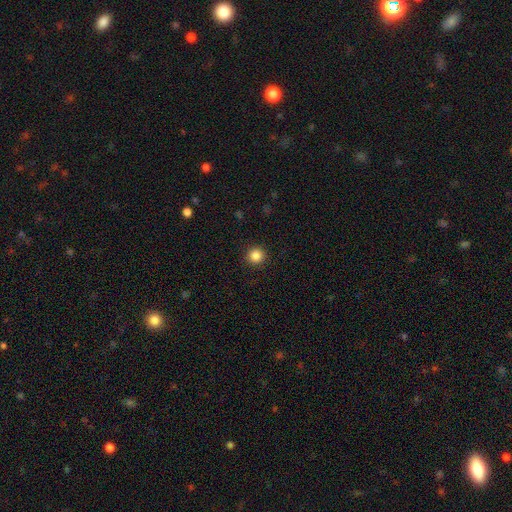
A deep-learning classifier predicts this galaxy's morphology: This is clearly a smooth galaxy (85%). How rounded: clearly round (95%). Merging: clearly none (93%).